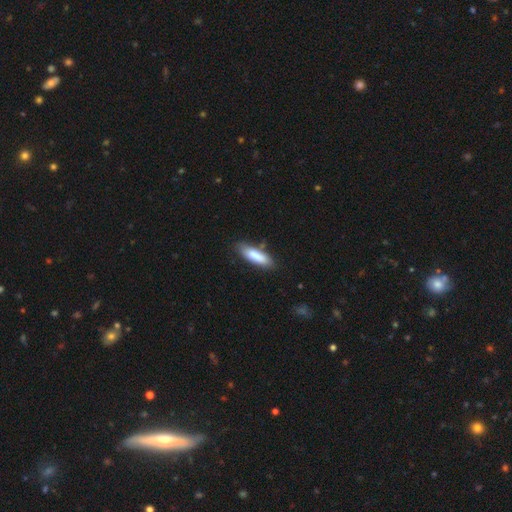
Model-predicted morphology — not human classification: The model was most divided on "how rounded": cigar-shaped: 55%, in between: 43%, round: 2%. More confident: smooth or featured — smooth (83%); merging — none (76%).